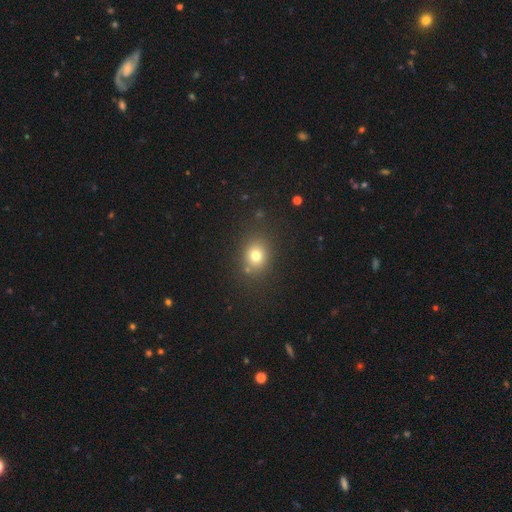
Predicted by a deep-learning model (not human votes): A smooth galaxy with no disk features (75%) that is round (66%). Merging: none (82%).